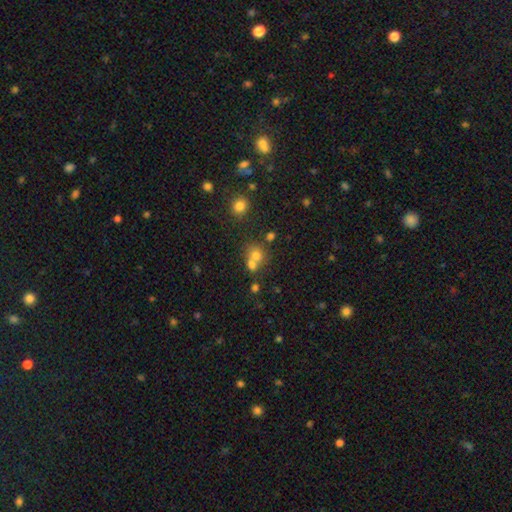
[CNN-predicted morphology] Q: Smooth or featured?
A: smooth (71%); runner-up: star or artifact (16%)
Q: How rounded?
A: round (78%); runner-up: in between (21%)
Q: Merging?
A: merger (50%); runner-up: none (39%)